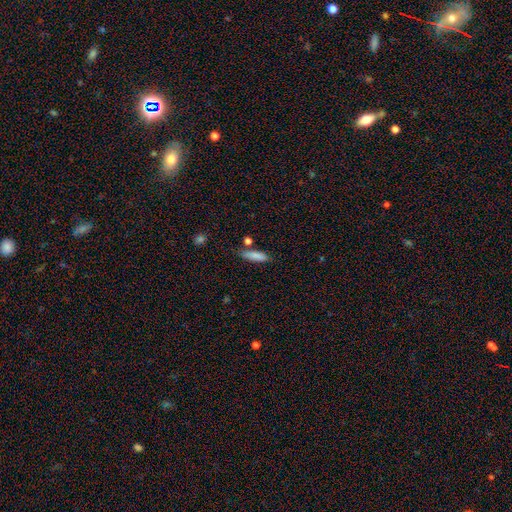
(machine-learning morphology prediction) Overall: smooth (84%). How rounded: cigar-shaped (61%; in between 37%). Merging: none (72%).